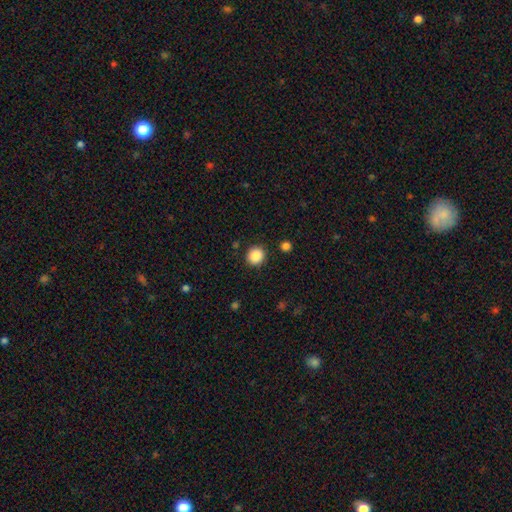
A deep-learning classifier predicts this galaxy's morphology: smooth_or_featured: smooth (p=0.88) [alt: star or artifact p=0.09]
how_rounded: round (p=0.89) [alt: in between p=0.10]
merging: none (p=0.89) [alt: minor disturbance p=0.06]